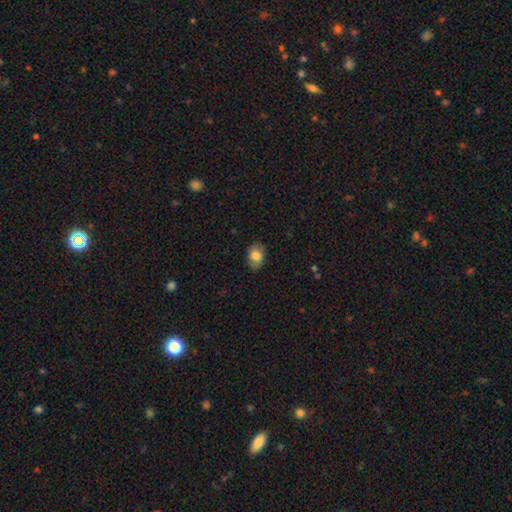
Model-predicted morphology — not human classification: A smooth galaxy with no disk features (83%) that is in between round and cigar-shaped (79%).

Vote fractions:
- Smooth or featured? smooth: 83% / featured or disk: 10% / star or artifact: 8%
- How rounded? in between: 79% / round: 20% / cigar-shaped: 1%
- Merging? none: 84% / minor disturbance: 12% / major disturbance: 3% / merger: 1%